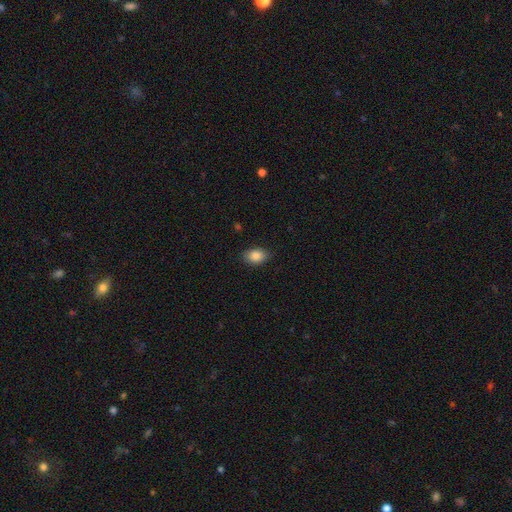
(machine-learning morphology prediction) Smooth or featured? Predicted: smooth (p=0.87). How rounded? Predicted: in between (p=0.82). Merging? Predicted: none (p=0.85).